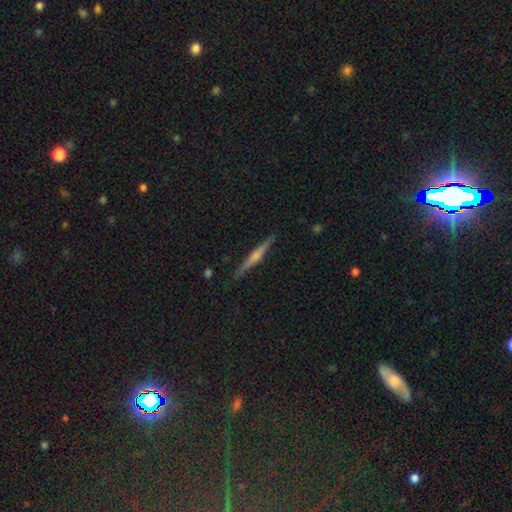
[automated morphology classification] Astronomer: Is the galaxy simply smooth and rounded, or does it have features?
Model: featured or disk — 73%.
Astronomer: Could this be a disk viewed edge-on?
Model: yes — 98%.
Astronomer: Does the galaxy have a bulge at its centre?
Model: rounded — 75%.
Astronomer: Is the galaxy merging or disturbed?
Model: none — 90%.